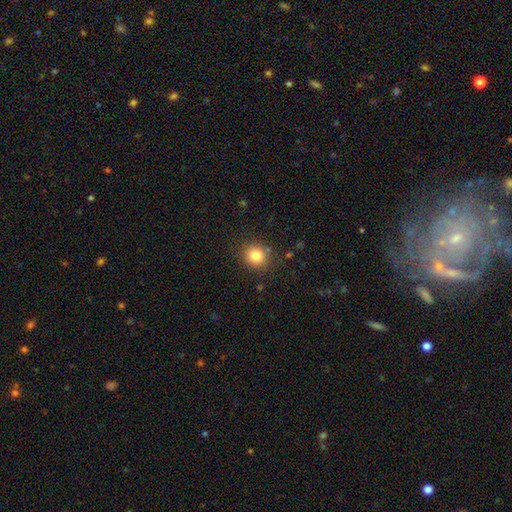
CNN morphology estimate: type=smooth (82%); roundness=round (83%); merging=none (85%).